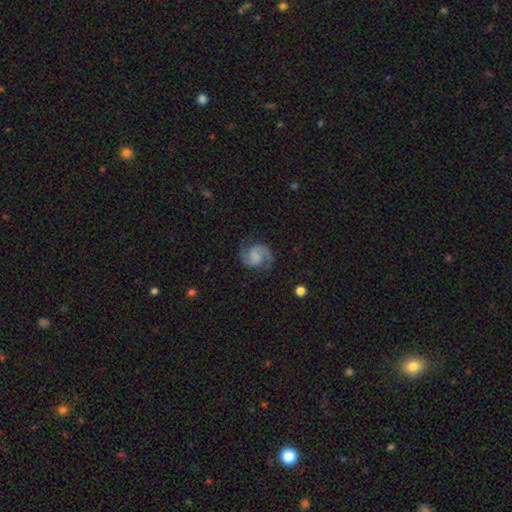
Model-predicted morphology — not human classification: This is clearly a featured or disk galaxy (84%). It is clearly not viewed edge-on (98%). Bar: possibly no (51%). Spiral arm pattern: clearly yes (97%). Spiral arm count: clearly 2 (93%). Spiral winding: possibly medium (57%). Central bulge: possibly none (57%). Merging: likely none (80%).